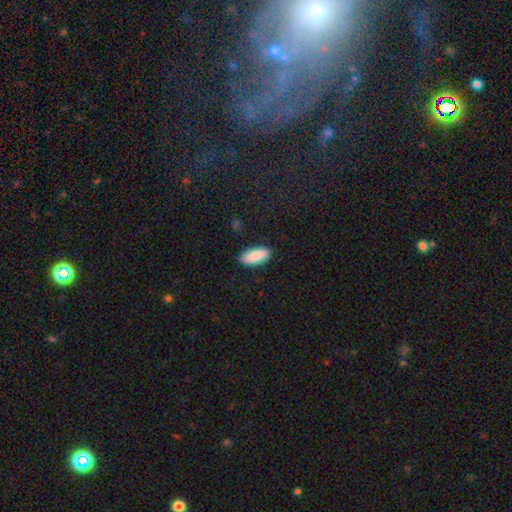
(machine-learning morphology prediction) This appears to be a smooth galaxy with no disk features (90%) that is in between round and cigar-shaped (86%). Merging: none (88%).